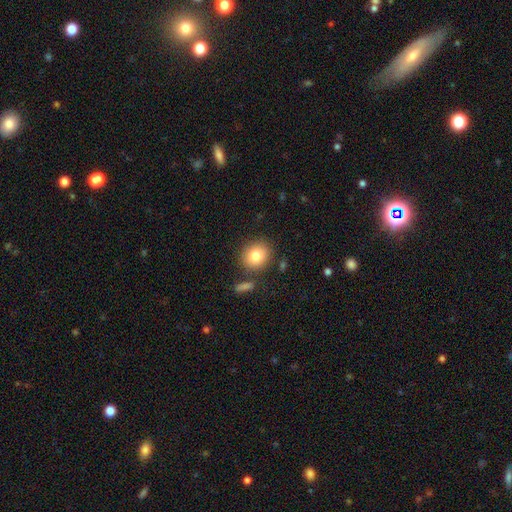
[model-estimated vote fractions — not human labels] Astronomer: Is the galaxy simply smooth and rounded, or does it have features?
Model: smooth — 82%.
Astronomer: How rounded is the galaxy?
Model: round — 72%.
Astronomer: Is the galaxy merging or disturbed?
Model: none — 81%.